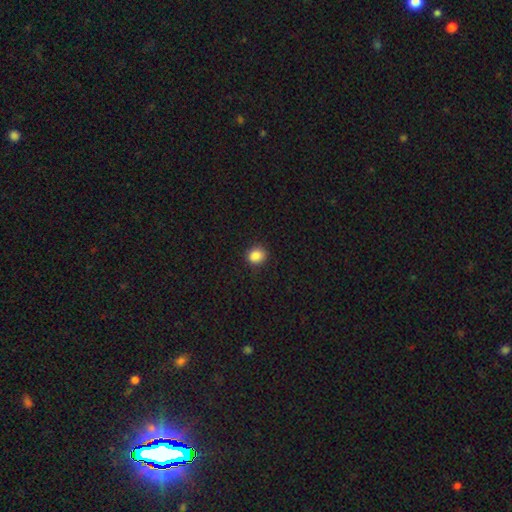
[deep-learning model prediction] The model was most divided on "how rounded": round: 74%, in between: 25%, cigar-shaped: 1%. More confident: merging — none (87%); smooth or featured — smooth (87%).